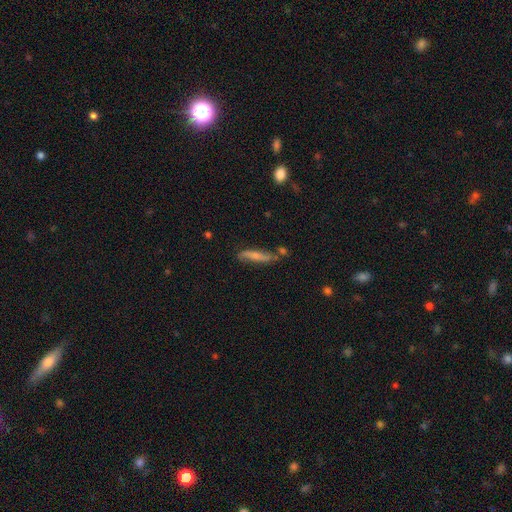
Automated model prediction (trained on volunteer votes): Smooth or featured?
  - smooth: 59% *
  - featured or disk: 34%
  - star or artifact: 7%
How rounded?
  - cigar-shaped: 82% *
  - in between: 16%
  - round: 2%
Merging?
  - none: 62% *
  - minor disturbance: 22%
  - merger: 10%
  - major disturbance: 6%